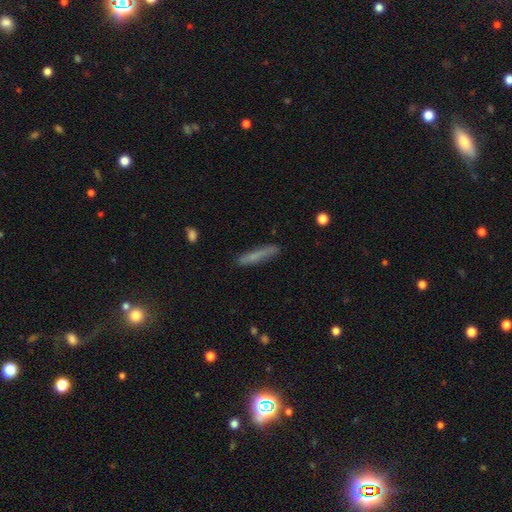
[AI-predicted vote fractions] This appears to be a smooth galaxy with no disk features (68%) that is cigar-shaped (93%). Merging: none (85%).